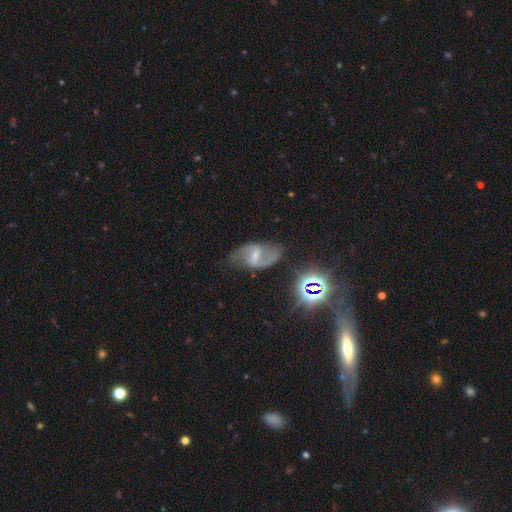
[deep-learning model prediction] featured or disk 79%, star or artifact 11%, smooth 11%. Down the decision tree: edge-on disk — no (97%); bar — weak (48%); spiral arms — yes (92%); spiral arm count — 2 (90%); spiral winding — loose (52%); bulge size — small (47%); merging — none (71%).